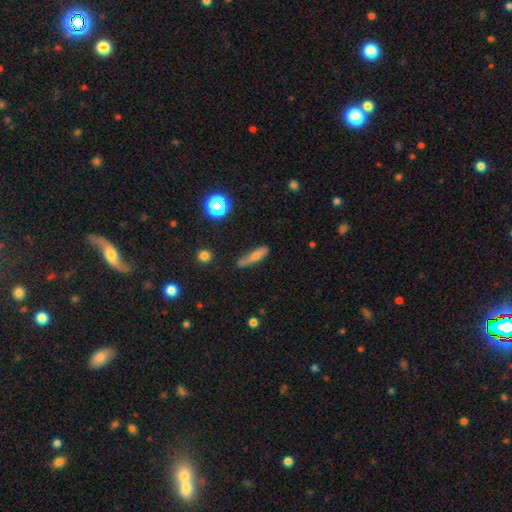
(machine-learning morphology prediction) The model was most divided on "smooth or featured": smooth: 52%, featured or disk: 37%, star or artifact: 11%. More confident: how rounded — cigar-shaped (76%); merging — none (70%).